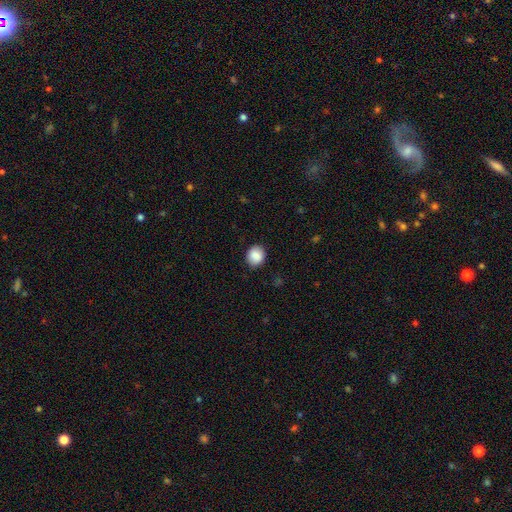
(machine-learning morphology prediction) Overall: smooth (87%). How rounded: round (73%). Merging: none (87%).